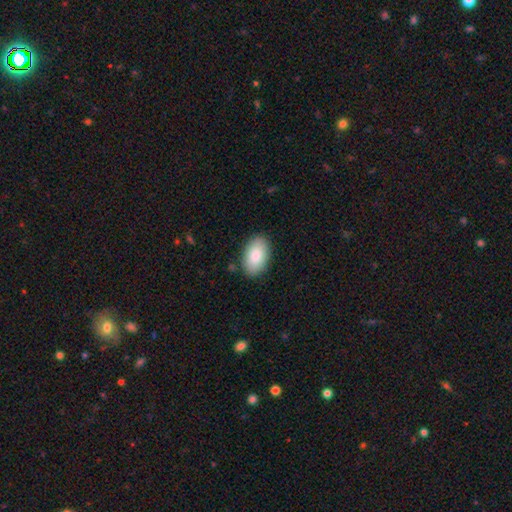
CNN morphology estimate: smooth 86%, featured or disk 8%, star or artifact 6%. Down the decision tree: how rounded — in between (94%); merging — none (87%).